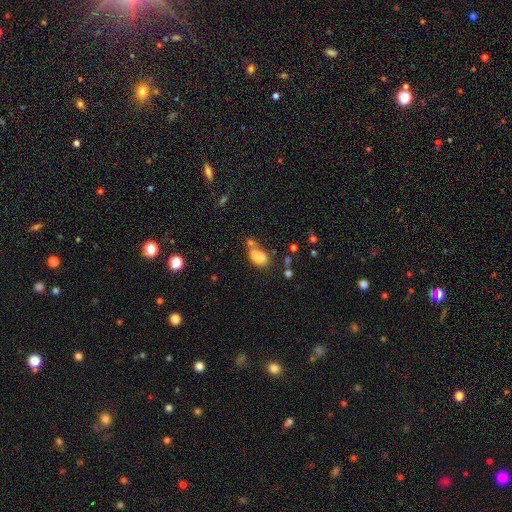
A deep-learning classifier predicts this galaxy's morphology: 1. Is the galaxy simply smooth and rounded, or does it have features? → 66% smooth, 21% featured or disk, 13% star or artifact.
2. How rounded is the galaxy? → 68% in between, 30% round, 3% cigar-shaped.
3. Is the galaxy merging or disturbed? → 56% merger, 24% none, 12% minor disturbance, 9% major disturbance.